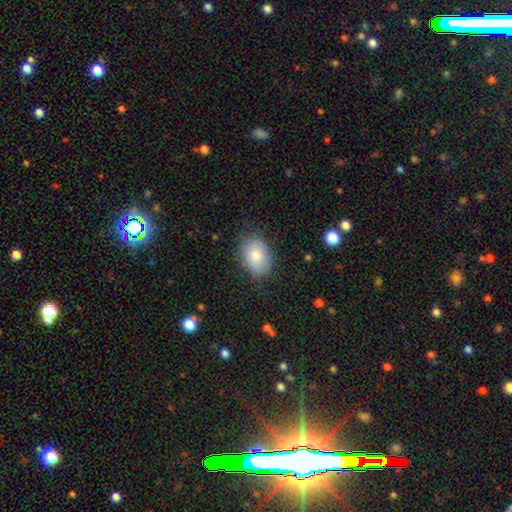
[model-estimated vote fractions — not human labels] Smooth or featured?
  - smooth: 80% *
  - featured or disk: 13%
  - star or artifact: 7%
How rounded?
  - in between: 77% *
  - round: 22%
  - cigar-shaped: 1%
Merging?
  - none: 76% *
  - minor disturbance: 18%
  - major disturbance: 5%
  - merger: 1%